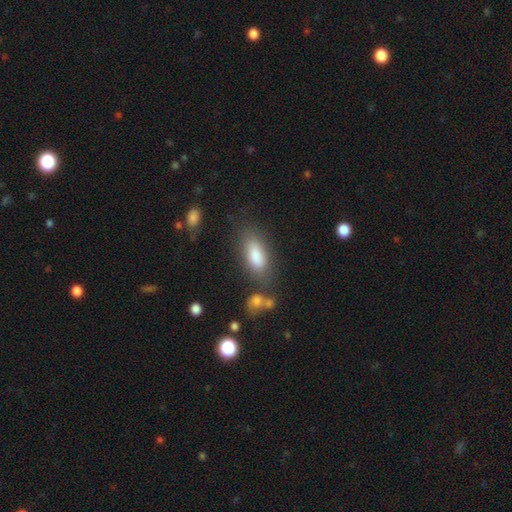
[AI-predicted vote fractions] Morphology: type=smooth (81%); roundness=in between (80%); merging=none (75%).